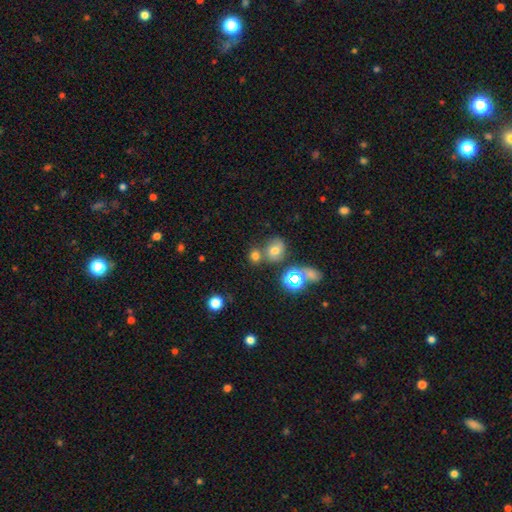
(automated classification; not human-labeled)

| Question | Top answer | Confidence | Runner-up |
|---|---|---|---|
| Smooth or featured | smooth | 67% | star or artifact (22%) |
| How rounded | round | 69% | in between (30%) |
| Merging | none | 56% | merger (29%) |